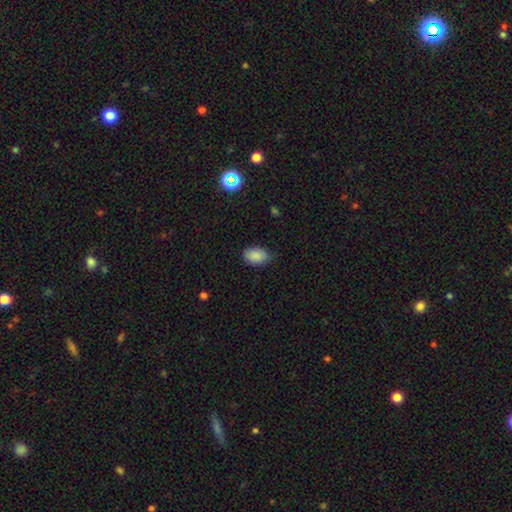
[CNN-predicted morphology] smooth-or-featured: smooth: 87% | star or artifact: 8% | featured or disk: 4%
  how-rounded: in between: 87% | round: 11% | cigar-shaped: 1%
  merging: none: 74% | minor disturbance: 21% | major disturbance: 3% | merger: 1%